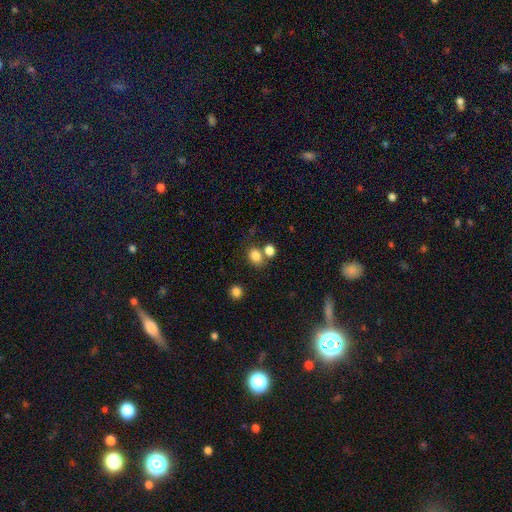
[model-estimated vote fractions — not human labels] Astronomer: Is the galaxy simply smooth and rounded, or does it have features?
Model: smooth — 81%.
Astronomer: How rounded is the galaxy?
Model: in between — 56% (runner-up: round, 43%).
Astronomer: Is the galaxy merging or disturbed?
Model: none — 56%.